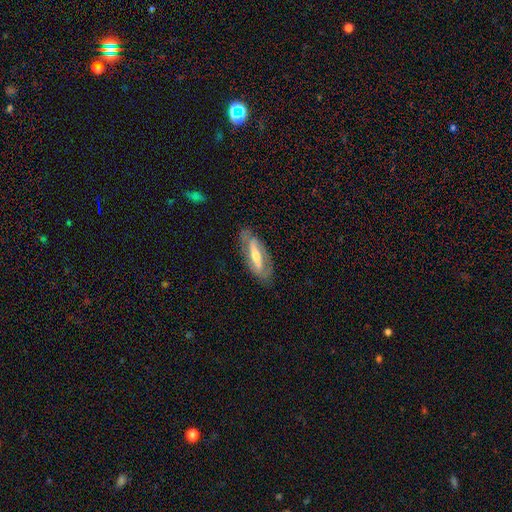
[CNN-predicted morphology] The model was most divided on "bulge size": moderate: 56%, small: 33%, large: 7%, none: 2%, dominant: 1%. More confident: merging — none (79%); smooth or featured — featured or disk (72%); edge-on disk — no (70%); spiral arms — yes (64%); bar — strong (59%).